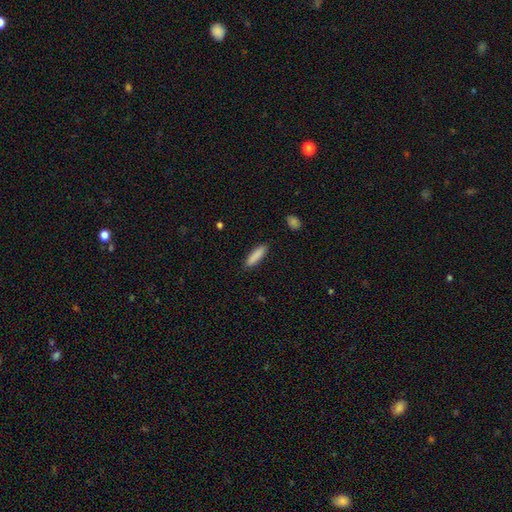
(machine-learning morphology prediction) Smooth or featured? smooth (87%)
How rounded? cigar-shaped (71%)
Merging? none (89%)